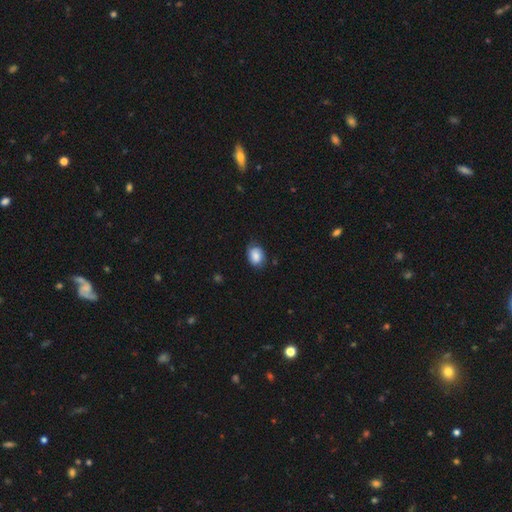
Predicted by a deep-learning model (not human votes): smooth_or_featured: smooth (p=0.80) [alt: featured or disk p=0.12]
how_rounded: in between (p=0.67) [alt: round p=0.32]
merging: none (p=0.69) [alt: minor disturbance p=0.24]